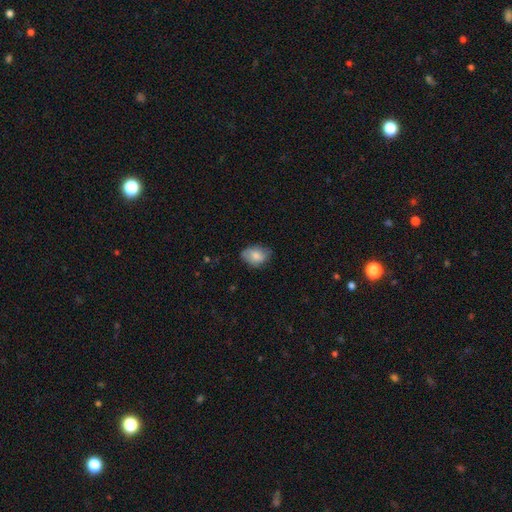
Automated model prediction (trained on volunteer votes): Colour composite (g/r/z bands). It shows a smooth galaxy with no disk features (74%) that is in between round and cigar-shaped (78%). Merging: none (67%).